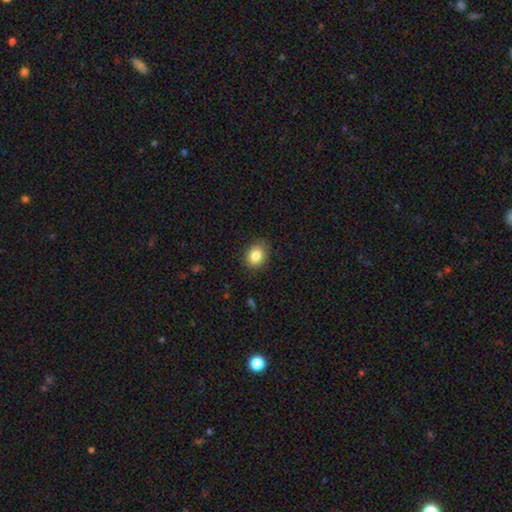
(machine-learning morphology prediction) type=smooth (84%); roundness=in between (52%); merging=none (84%).